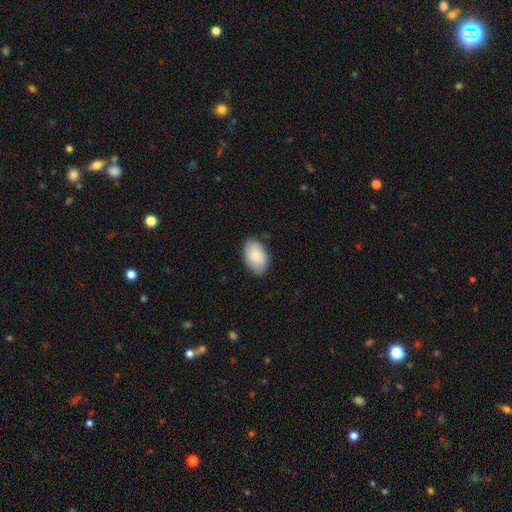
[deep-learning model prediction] Smooth or featured? smooth (84%)
How rounded? in between (92%)
Merging? none (82%)